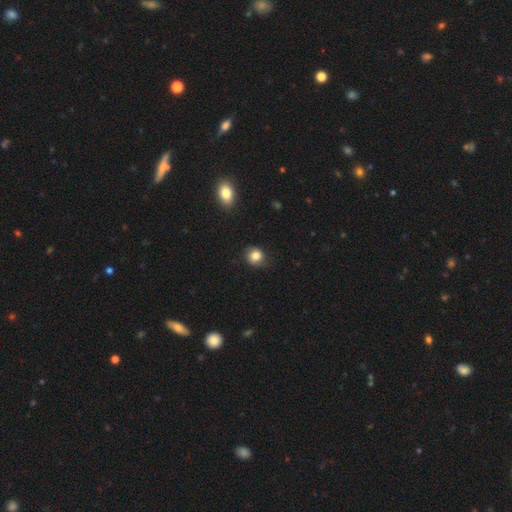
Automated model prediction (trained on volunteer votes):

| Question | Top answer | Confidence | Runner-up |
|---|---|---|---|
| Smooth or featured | smooth | 81% | star or artifact (10%) |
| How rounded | round | 74% | in between (25%) |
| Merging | none | 71% | minor disturbance (22%) |